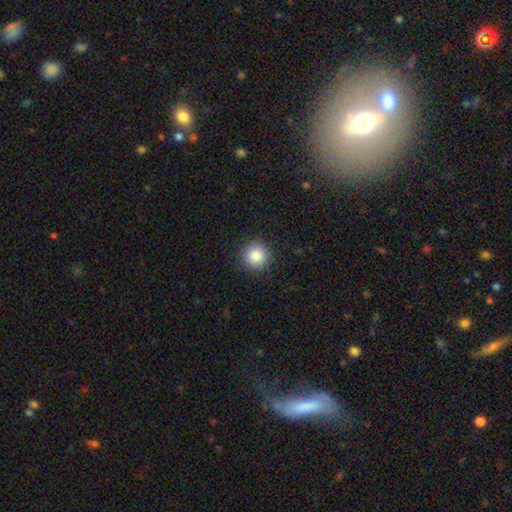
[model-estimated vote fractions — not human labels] Smooth or featured? Predicted: smooth (p=0.86). How rounded? Predicted: round (p=0.95). Merging? Predicted: none (p=0.91).